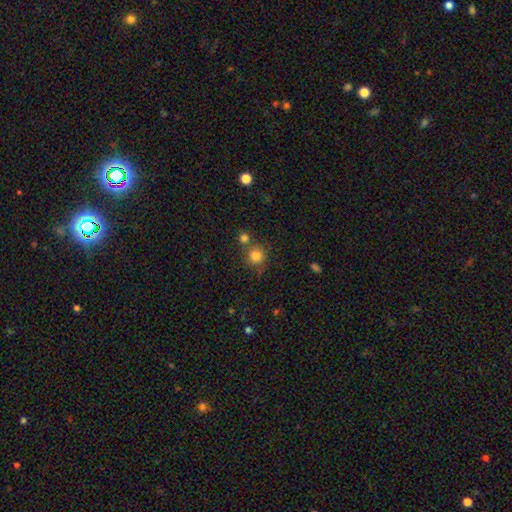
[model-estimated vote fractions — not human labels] Smooth or featured? Predicted: smooth (p=0.81). How rounded? Predicted: round (p=0.91). Merging? Predicted: none (p=0.67).